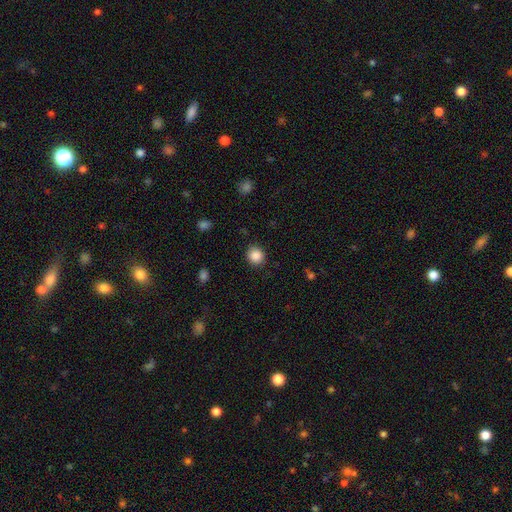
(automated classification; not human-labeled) The model was most divided on "how rounded": round: 87%, in between: 12%, cigar-shaped: 1%. More confident: merging — none (89%); smooth or featured — smooth (87%).